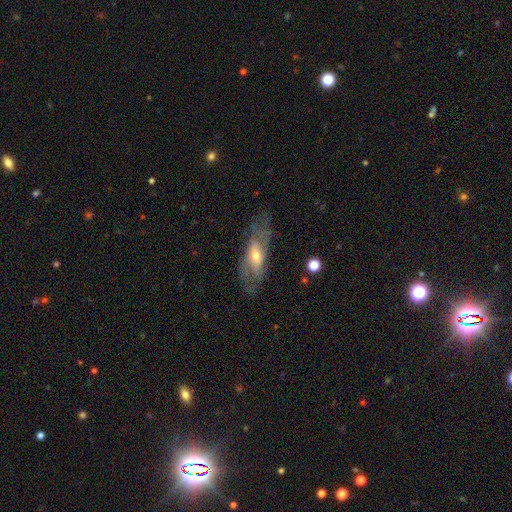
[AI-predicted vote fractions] This is likely a featured or disk galaxy (64%). It is likely not viewed edge-on (77%). Merging: likely none (66%).